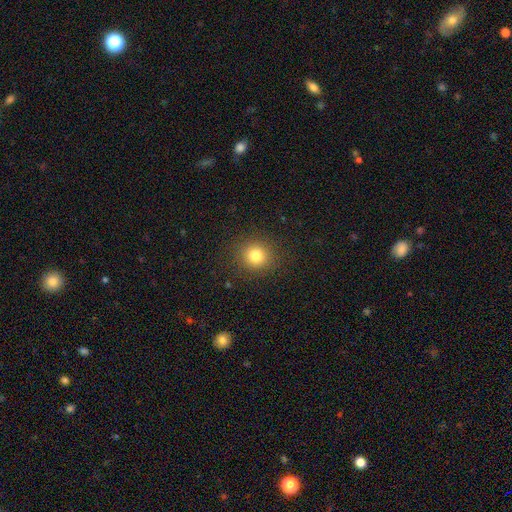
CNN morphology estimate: Smooth or featured?
  - smooth: 79% *
  - star or artifact: 14%
  - featured or disk: 7%
How rounded?
  - round: 89% *
  - in between: 10%
  - cigar-shaped: 1%
Merging?
  - none: 89% *
  - minor disturbance: 7%
  - major disturbance: 3%
  - merger: 1%